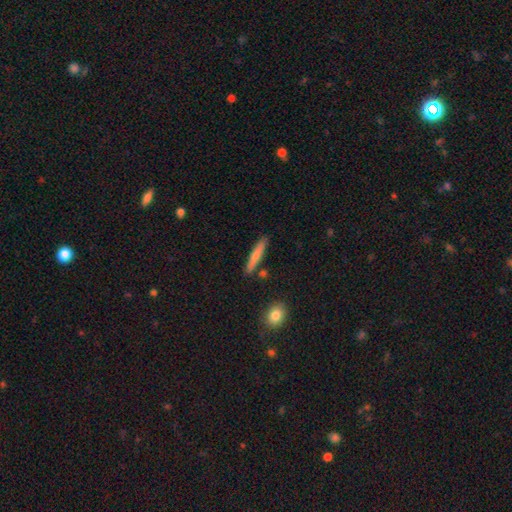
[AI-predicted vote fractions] Q: Smooth or featured?
A: smooth (68%); runner-up: featured or disk (26%)
Q: How rounded?
A: cigar-shaped (90%); runner-up: in between (8%)
Q: Merging?
A: none (85%); runner-up: minor disturbance (9%)